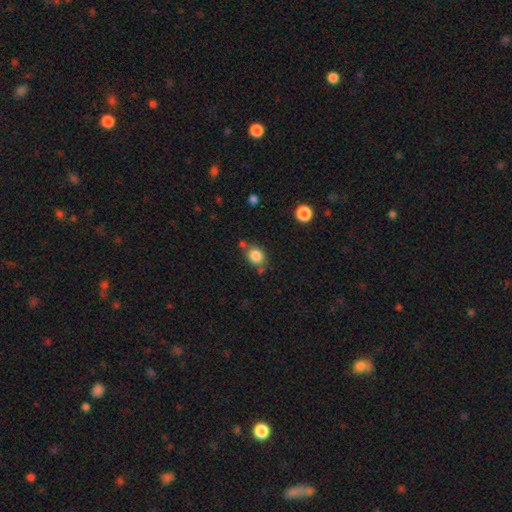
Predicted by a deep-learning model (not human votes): Overall: smooth (84%). How rounded: round (57%; in between 42%). Merging: none (67%).